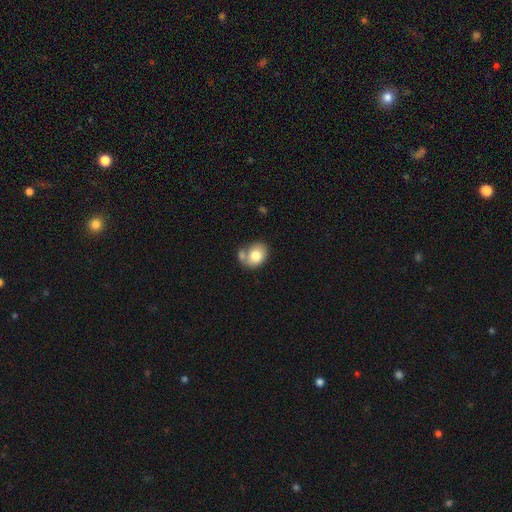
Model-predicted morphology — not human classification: This appears to be a smooth galaxy with no disk features (77%) that is in between round and cigar-shaped (55%). Merging: none (42%).